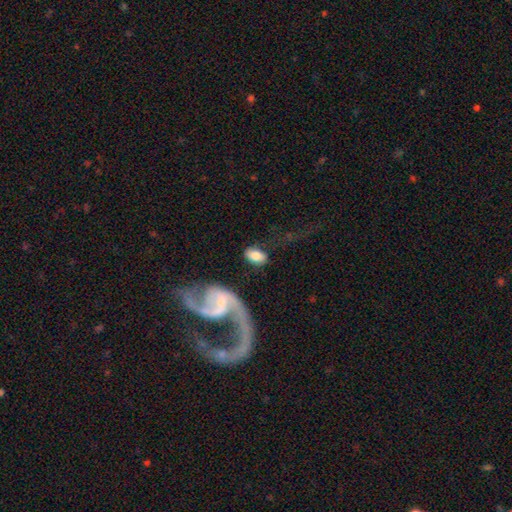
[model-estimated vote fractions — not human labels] Smooth or featured?
  - smooth: 70% *
  - featured or disk: 23%
  - star or artifact: 6%
How rounded?
  - in between: 89% *
  - round: 9%
  - cigar-shaped: 2%
Merging?
  - none: 61% *
  - minor disturbance: 16%
  - major disturbance: 13%
  - merger: 10%